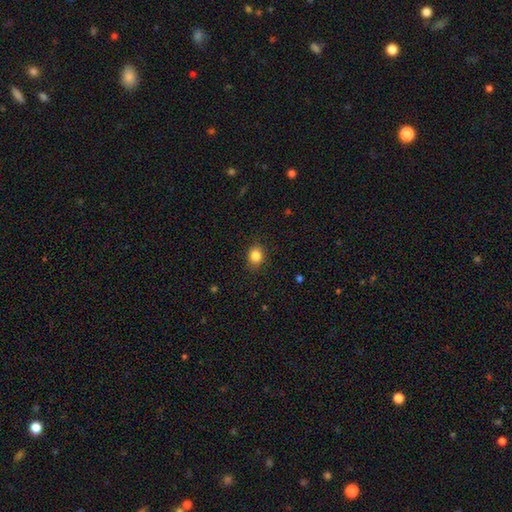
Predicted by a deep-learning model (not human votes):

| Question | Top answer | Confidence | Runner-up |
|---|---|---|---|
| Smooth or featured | smooth | 84% | star or artifact (10%) |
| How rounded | round | 64% | in between (35%) |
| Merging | none | 88% | minor disturbance (9%) |